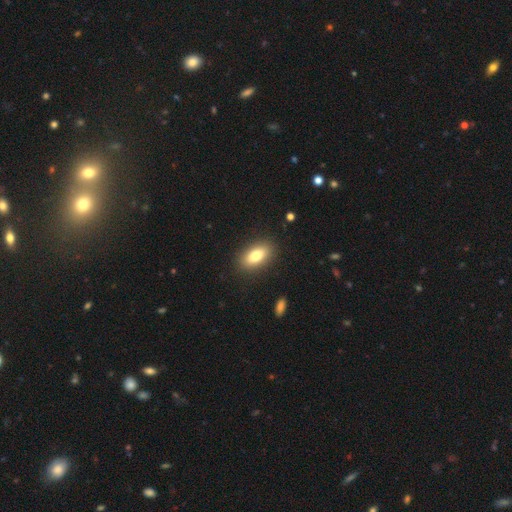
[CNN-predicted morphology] Smooth or featured? Predicted: smooth (p=0.80). How rounded? Predicted: in between (p=0.87). Merging? Predicted: none (p=0.88).